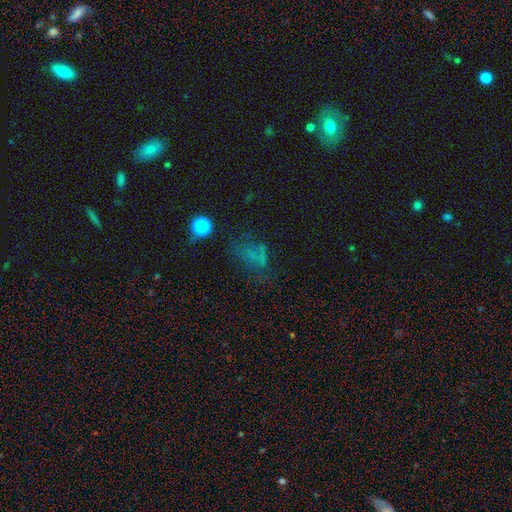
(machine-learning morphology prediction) Smooth or featured? smooth (42%)
Merging? none (41%)